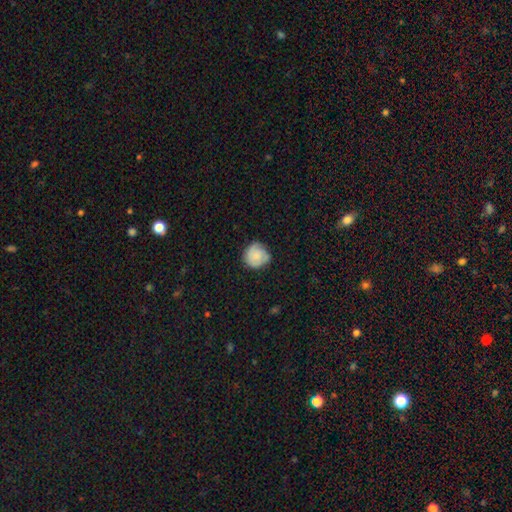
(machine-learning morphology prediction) Smooth or featured? smooth (68%)
How rounded? round (88%)
Merging? none (67%)